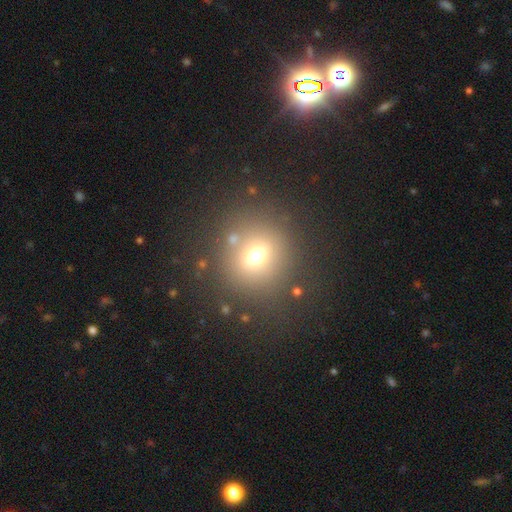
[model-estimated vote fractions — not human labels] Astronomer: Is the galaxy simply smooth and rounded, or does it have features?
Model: smooth — 62%.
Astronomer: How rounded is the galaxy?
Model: round — 75%.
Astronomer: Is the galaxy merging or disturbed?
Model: none — 78%.